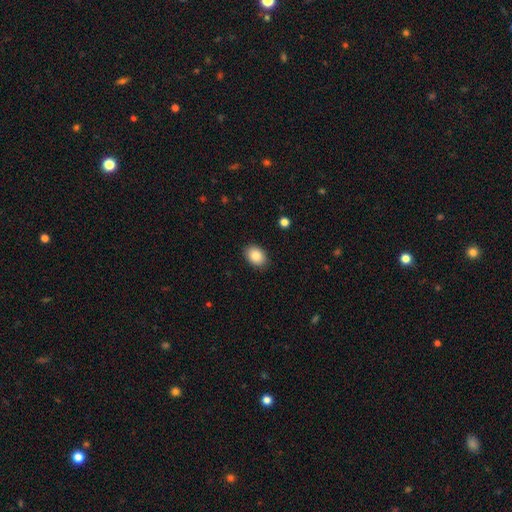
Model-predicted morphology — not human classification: Smooth or featured?
  - smooth: 86% *
  - star or artifact: 8%
  - featured or disk: 6%
How rounded?
  - in between: 75% *
  - round: 24%
  - cigar-shaped: 1%
Merging?
  - none: 89% *
  - minor disturbance: 8%
  - major disturbance: 2%
  - merger: 1%